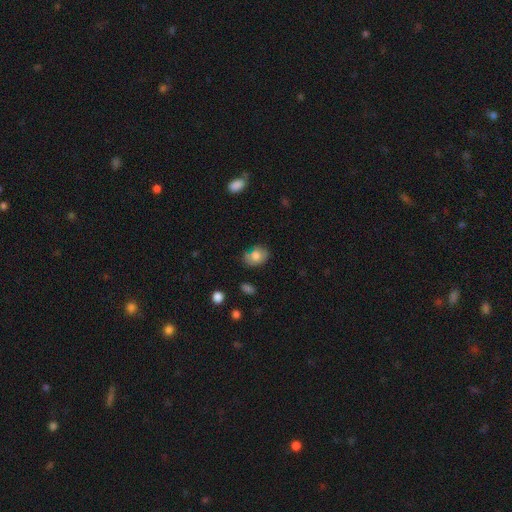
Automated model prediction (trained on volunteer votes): A smooth galaxy with no disk features (74%) that is in between round and cigar-shaped (69%). Merging: none (63%).